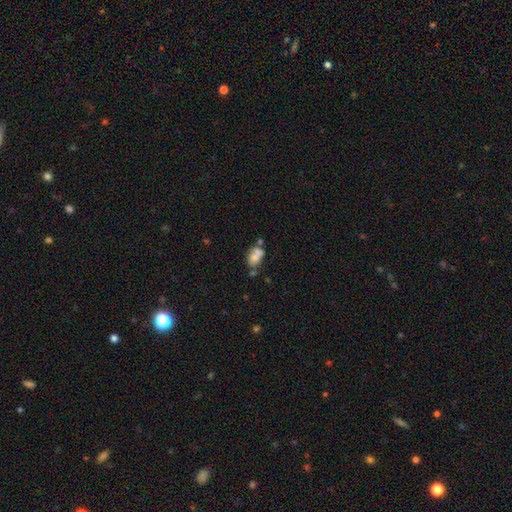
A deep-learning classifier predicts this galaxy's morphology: type=smooth (60%); roundness=in between (77%); merging=merger (39%).